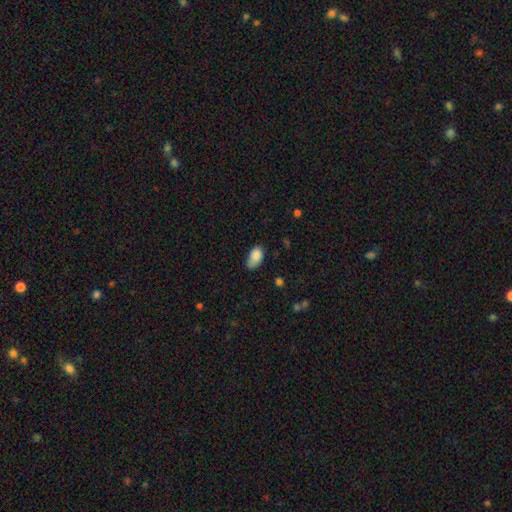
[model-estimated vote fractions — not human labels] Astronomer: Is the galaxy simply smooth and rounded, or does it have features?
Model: smooth — 85%.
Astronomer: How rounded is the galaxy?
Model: in between — 92%.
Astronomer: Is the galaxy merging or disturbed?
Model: none — 51% (runner-up: minor disturbance, 36%).